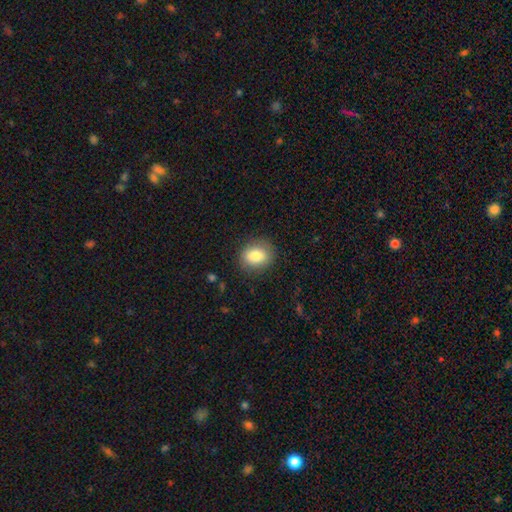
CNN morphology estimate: smooth_or_featured: smooth (p=0.84) [alt: star or artifact p=0.08]
how_rounded: round (p=0.50) [alt: in between p=0.49]
merging: none (p=0.85) [alt: minor disturbance p=0.11]